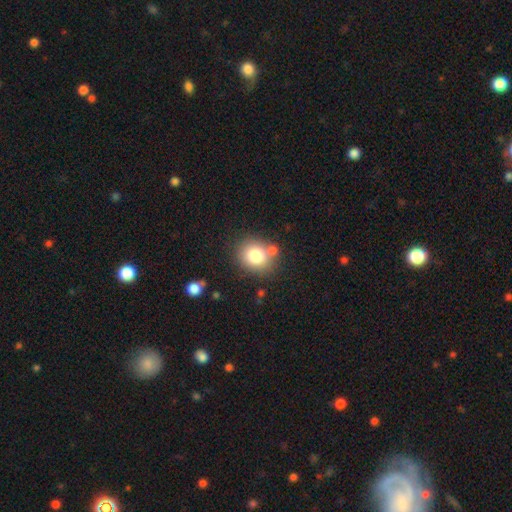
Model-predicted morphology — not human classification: Smooth or featured: smooth — 79% (featured or disk — 11%)
How rounded: round — 68% (in between — 32%)
Merging: none — 68% (merger — 15%)